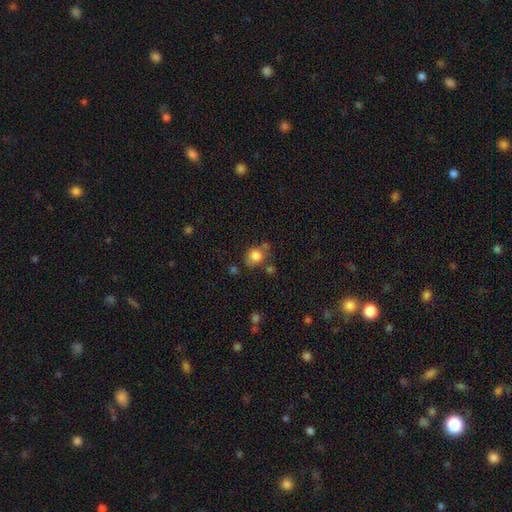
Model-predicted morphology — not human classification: type=smooth (82%); roundness=round (65%); merging=none (59%).